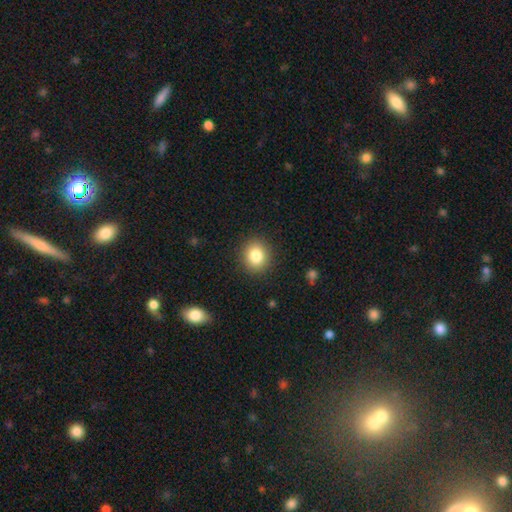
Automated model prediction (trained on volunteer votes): Q: Smooth or featured?
A: smooth (83%); runner-up: star or artifact (10%)
Q: How rounded?
A: round (77%); runner-up: in between (22%)
Q: Merging?
A: none (90%); runner-up: minor disturbance (7%)